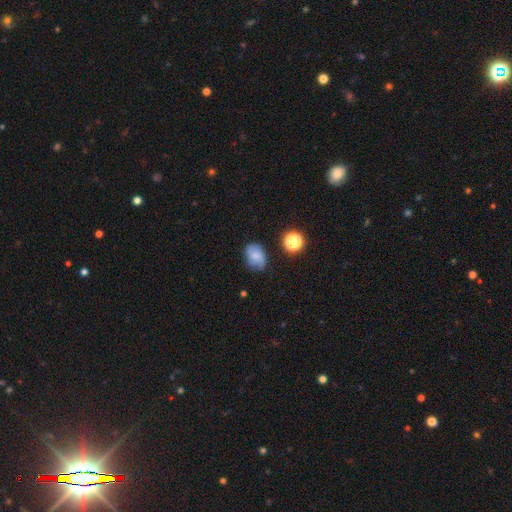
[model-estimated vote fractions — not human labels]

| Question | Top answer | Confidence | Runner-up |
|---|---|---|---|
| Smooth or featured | smooth | 59% | featured or disk (28%) |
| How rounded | in between | 67% | round (31%) |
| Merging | none | 66% | minor disturbance (25%) |